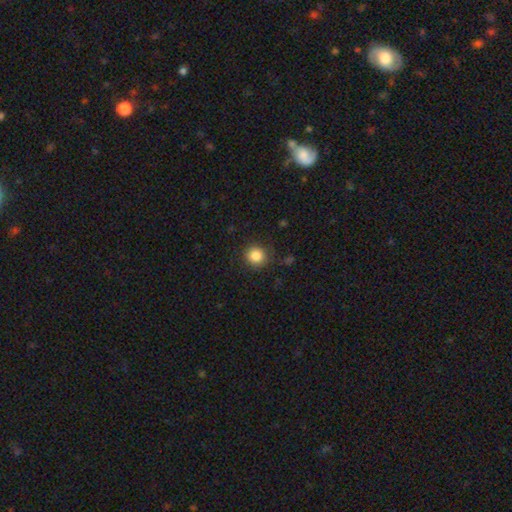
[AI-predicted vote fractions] A smooth galaxy with no disk features (85%) that is round (93%).

Vote fractions:
- Smooth or featured? smooth: 85% / star or artifact: 10% / featured or disk: 5%
- How rounded? round: 93% / in between: 6% / cigar-shaped: 1%
- Merging? none: 86% / minor disturbance: 9% / major disturbance: 3% / merger: 1%